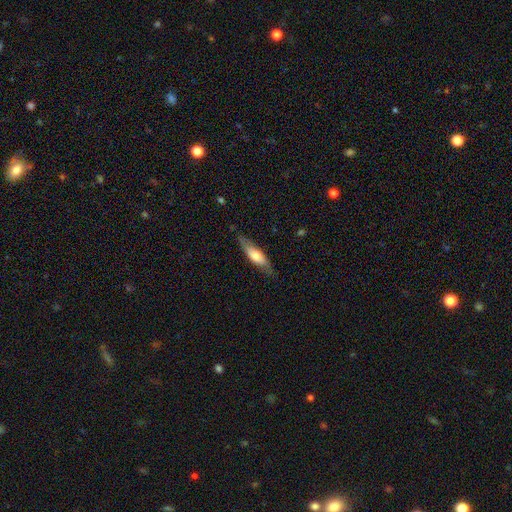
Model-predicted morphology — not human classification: A smooth galaxy with no disk features (58%) that is cigar-shaped (52%). Merging: none (76%).